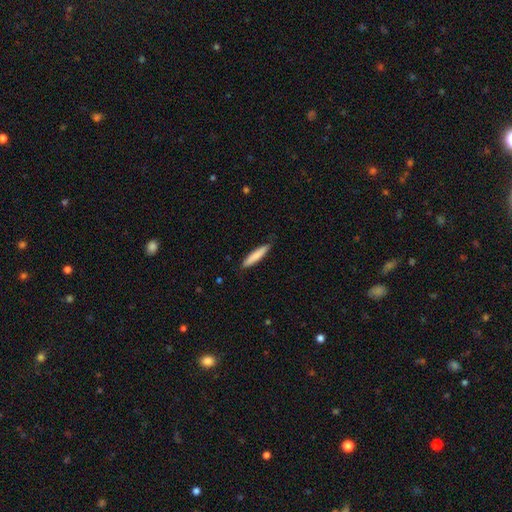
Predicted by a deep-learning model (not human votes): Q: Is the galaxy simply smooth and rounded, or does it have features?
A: smooth — 80%.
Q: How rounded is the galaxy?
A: cigar-shaped — 89%.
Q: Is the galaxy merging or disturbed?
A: none — 86%.